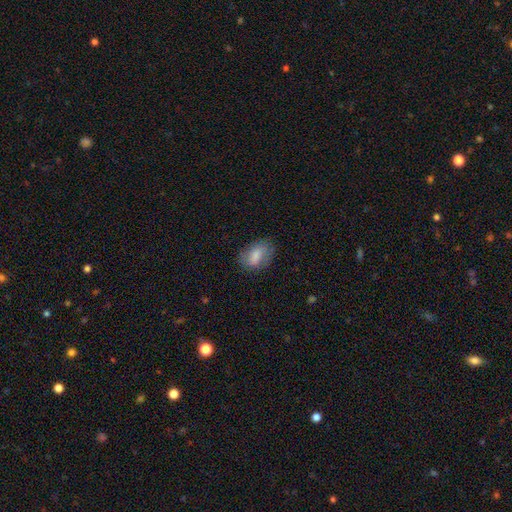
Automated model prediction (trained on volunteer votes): A smooth galaxy with no disk features (77%) that is in between round and cigar-shaped (85%).

Vote fractions:
- Smooth or featured? smooth: 77% / featured or disk: 15% / star or artifact: 8%
- How rounded? in between: 85% / round: 13% / cigar-shaped: 2%
- Merging? none: 70% / minor disturbance: 21% / major disturbance: 8% / merger: 1%